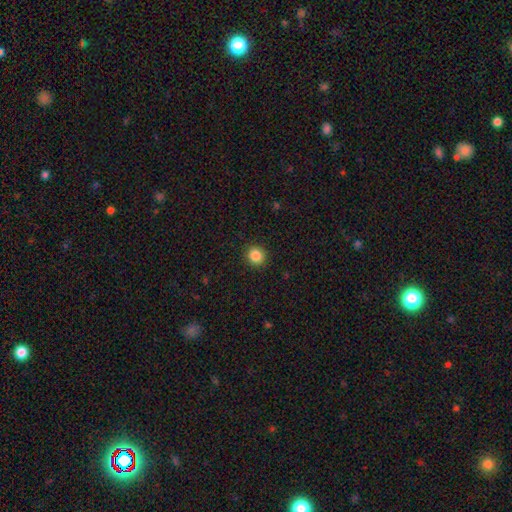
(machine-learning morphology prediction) type=smooth (86%); roundness=round (89%); merging=none (92%).